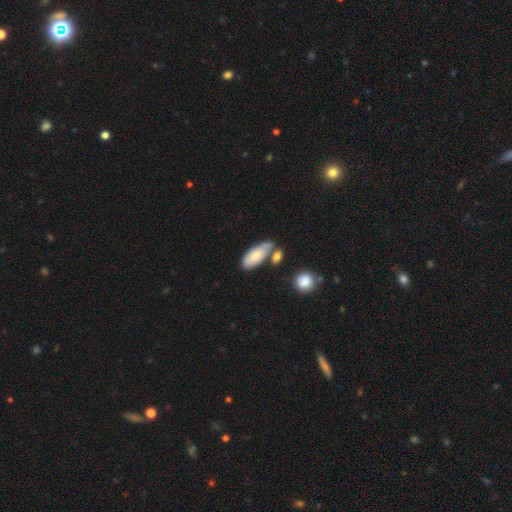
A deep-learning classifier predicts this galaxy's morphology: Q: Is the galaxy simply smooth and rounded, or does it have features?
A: smooth — 72%.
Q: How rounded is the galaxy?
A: in between — 85%.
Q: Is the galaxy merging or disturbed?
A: none — 50%.